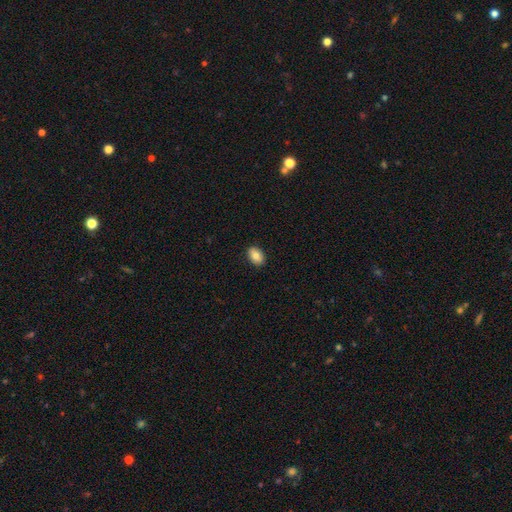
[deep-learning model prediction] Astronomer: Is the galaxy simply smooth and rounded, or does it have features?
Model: smooth — 81%.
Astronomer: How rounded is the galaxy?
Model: in between — 83%.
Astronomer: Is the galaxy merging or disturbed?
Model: none — 89%.